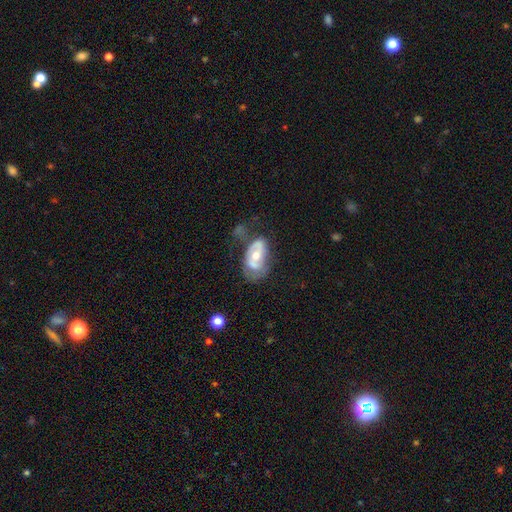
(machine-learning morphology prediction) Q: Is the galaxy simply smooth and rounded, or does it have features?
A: featured or disk — 61%.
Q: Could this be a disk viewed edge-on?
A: no — 93%.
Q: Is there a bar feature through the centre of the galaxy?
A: no — 63%.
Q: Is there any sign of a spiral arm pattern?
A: no — 51%.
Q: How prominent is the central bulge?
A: moderate — 69%.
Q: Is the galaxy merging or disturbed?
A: none — 39%.